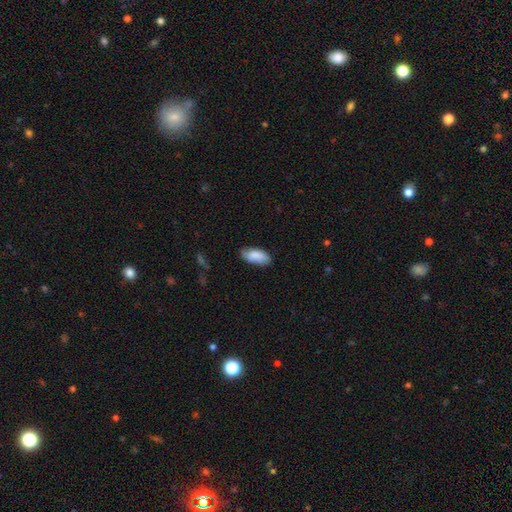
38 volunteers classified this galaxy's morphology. Smooth or featured: smooth — 100%
How rounded: in between — 97% (cigar-shaped — 3%)
Merging: none — 79% (minor disturbance — 21%)